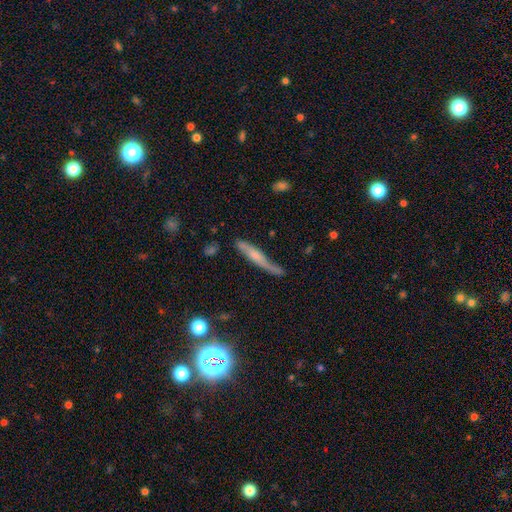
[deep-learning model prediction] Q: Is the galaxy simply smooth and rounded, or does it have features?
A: featured or disk — 52%.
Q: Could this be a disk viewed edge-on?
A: yes — 73%.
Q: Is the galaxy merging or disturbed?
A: none — 53%.